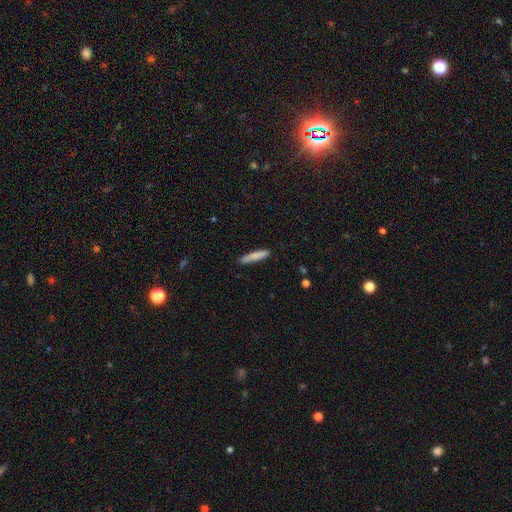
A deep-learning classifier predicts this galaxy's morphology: Q: Smooth or featured?
A: smooth (81%); runner-up: featured or disk (13%)
Q: How rounded?
A: cigar-shaped (90%); runner-up: in between (9%)
Q: Merging?
A: none (85%); runner-up: minor disturbance (11%)